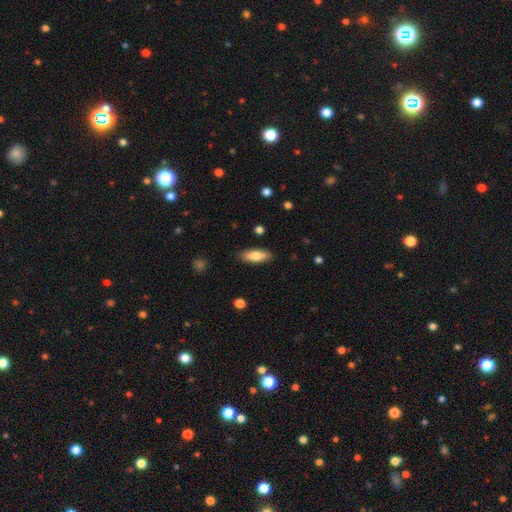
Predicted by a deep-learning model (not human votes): Smooth or featured: smooth — 79% (featured or disk — 15%)
How rounded: in between — 63% (cigar-shaped — 35%)
Merging: none — 88% (minor disturbance — 9%)